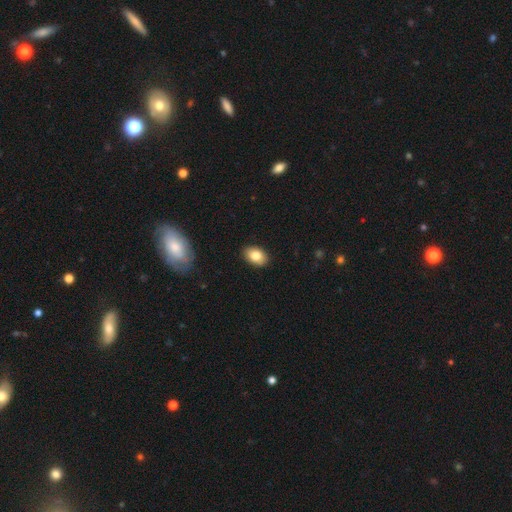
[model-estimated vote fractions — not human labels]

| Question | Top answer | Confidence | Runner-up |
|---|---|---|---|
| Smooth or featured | smooth | 82% | featured or disk (10%) |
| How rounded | in between | 84% | round (14%) |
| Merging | none | 89% | minor disturbance (8%) |